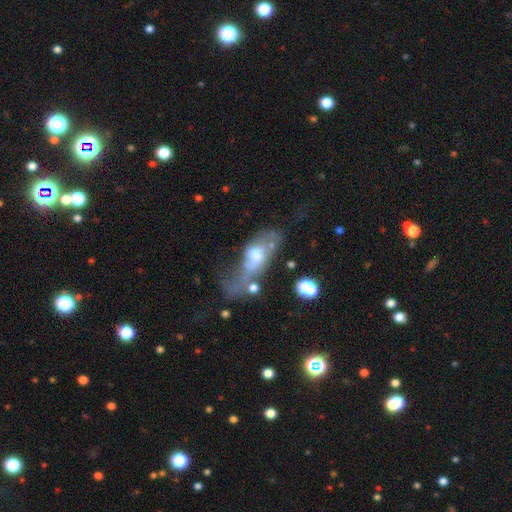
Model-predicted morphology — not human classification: A featured or disk galaxy (51%).

Vote fractions:
- Smooth or featured? featured or disk: 51% / smooth: 39% / star or artifact: 11%
- Edge-on disk? no: 86% / yes: 14%
- Merging? major disturbance: 44% / none: 20% / merger: 18% / minor disturbance: 18%